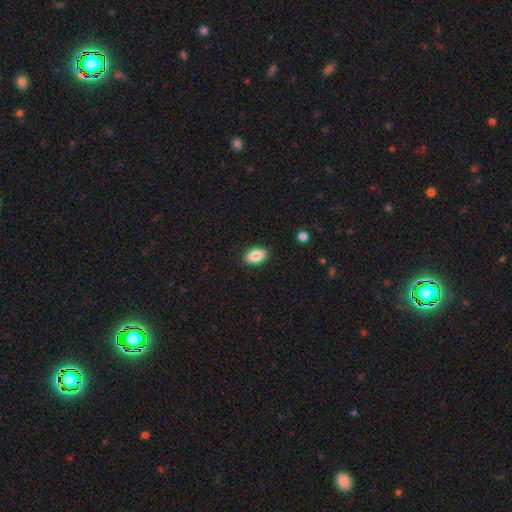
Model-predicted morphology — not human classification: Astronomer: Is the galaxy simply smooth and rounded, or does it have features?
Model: smooth — 85%.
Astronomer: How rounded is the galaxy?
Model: in between — 90%.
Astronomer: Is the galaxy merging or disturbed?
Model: none — 89%.